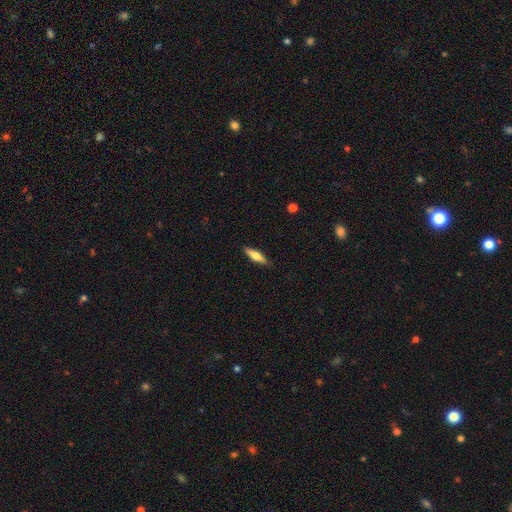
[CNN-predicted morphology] Smooth or featured: smooth — 54% (featured or disk — 40%)
How rounded: cigar-shaped — 67% (in between — 30%)
Merging: none — 88% (minor disturbance — 9%)